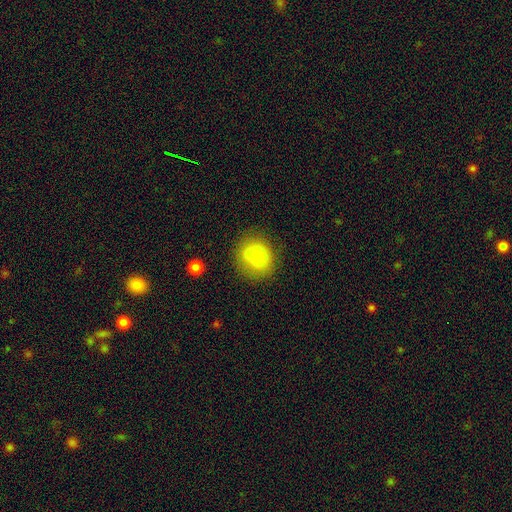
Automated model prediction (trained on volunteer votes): The model was most divided on "merging": none: 58%, minor disturbance: 19%, merger: 12%, major disturbance: 10%. More confident: how rounded — round (80%); smooth or featured — smooth (71%).